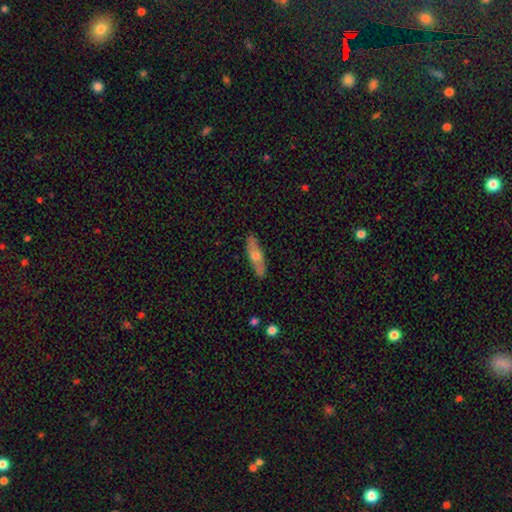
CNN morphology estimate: This is possibly a smooth galaxy (54%). How rounded: possibly cigar-shaped (60%). Merging: clearly none (87%).